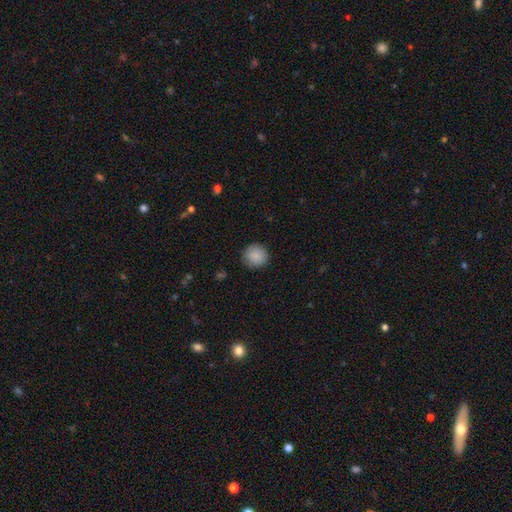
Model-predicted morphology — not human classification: A smooth galaxy with no disk features (88%) that is round (90%). Merging: none (87%).